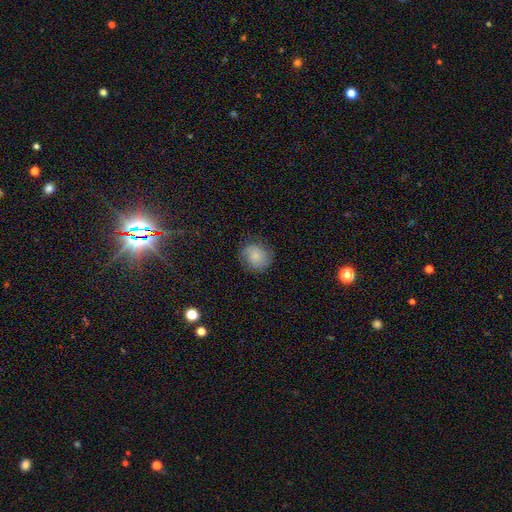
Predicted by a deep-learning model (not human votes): Overall: smooth (71%). How rounded: round (78%). Merging: none (76%).